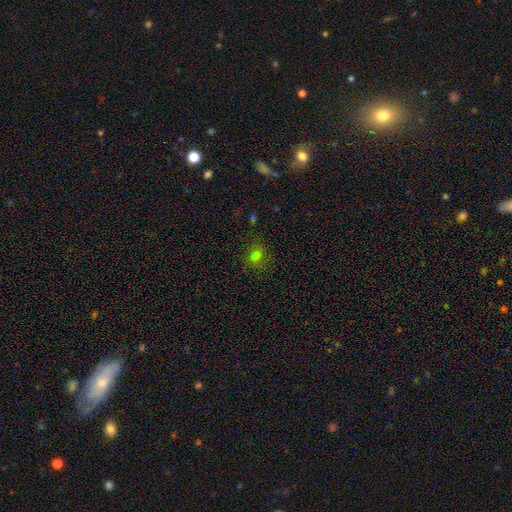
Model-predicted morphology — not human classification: Smooth or featured? smooth (73%)
How rounded? in between (55%)
Merging? none (78%)